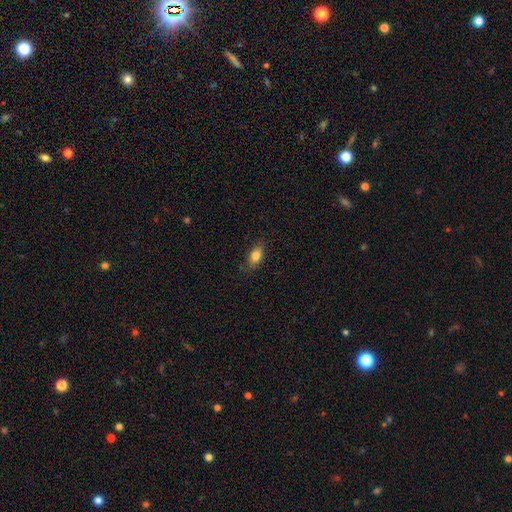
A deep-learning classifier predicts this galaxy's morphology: Smooth or featured: smooth — 81% (featured or disk — 11%)
How rounded: in between — 85% (cigar-shaped — 8%)
Merging: none — 81% (minor disturbance — 15%)